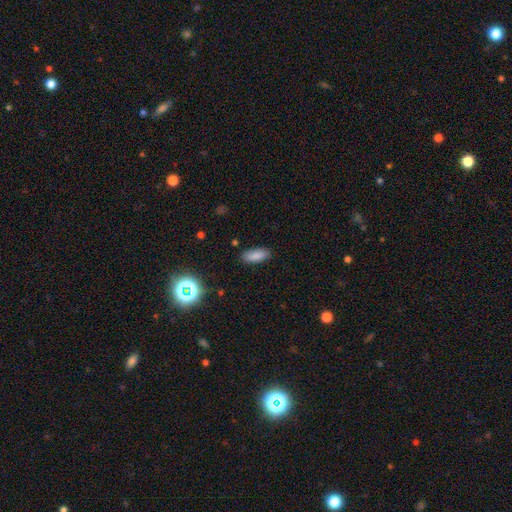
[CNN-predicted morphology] smooth 84%, star or artifact 11%, featured or disk 6%. Down the decision tree: how rounded — in between (78%); merging — none (86%).